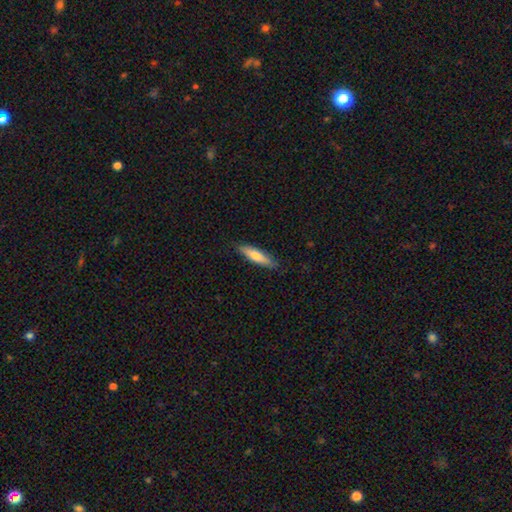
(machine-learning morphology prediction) This is likely a smooth galaxy (69%). How rounded: likely cigar-shaped (72%). Merging: clearly none (85%).